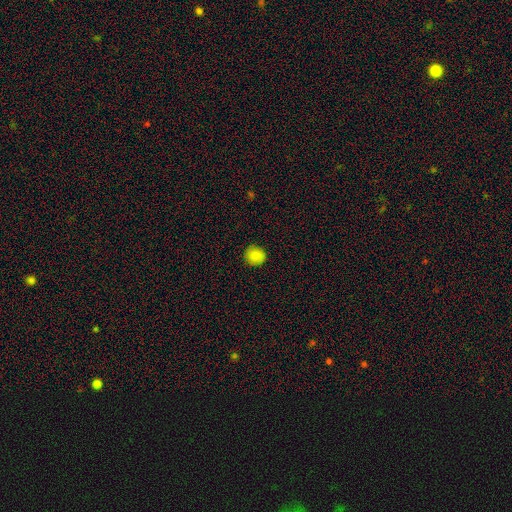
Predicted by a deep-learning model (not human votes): smooth_or_featured: smooth (p=0.86) [alt: star or artifact p=0.10]
how_rounded: round (p=0.89) [alt: in between p=0.10]
merging: none (p=0.90) [alt: minor disturbance p=0.07]